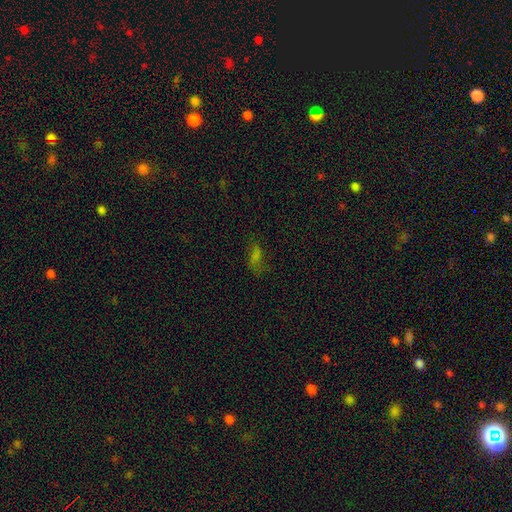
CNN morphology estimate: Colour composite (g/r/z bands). It shows a smooth galaxy with no disk features (44%). Merging: none (57%).